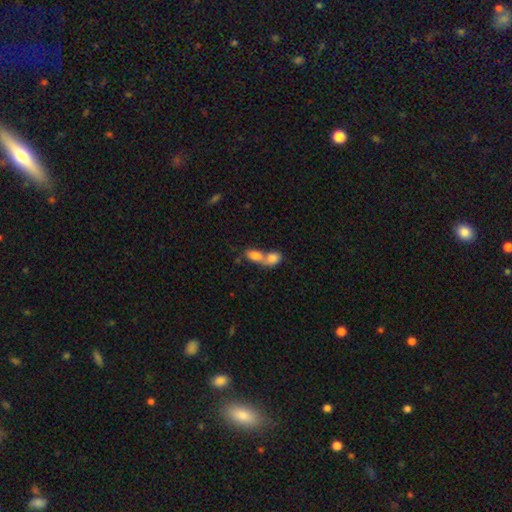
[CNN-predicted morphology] smooth_or_featured: smooth (p=0.80) [alt: featured or disk p=0.12]
how_rounded: in between (p=0.79) [alt: round p=0.18]
merging: merger (p=0.74) [alt: none p=0.18]